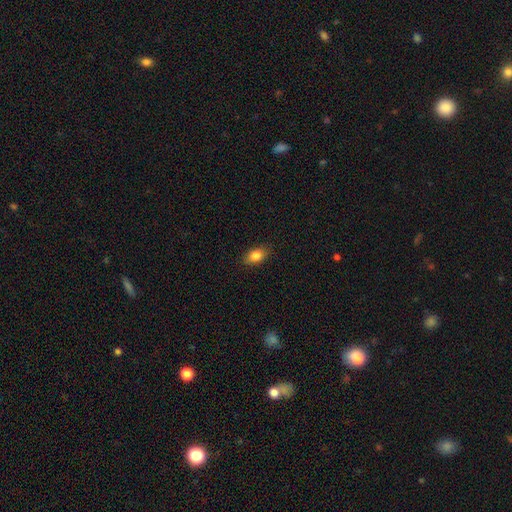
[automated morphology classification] This is clearly a smooth galaxy (84%). How rounded: clearly in between (85%). Merging: clearly none (87%).